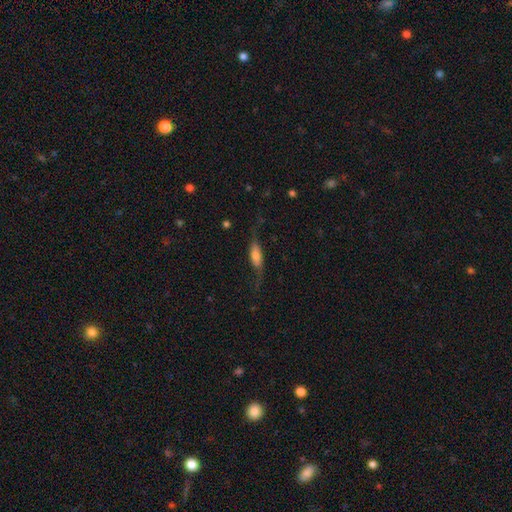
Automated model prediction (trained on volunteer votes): A featured or disk galaxy (49%).

Vote fractions:
- Smooth or featured? featured or disk: 49% / smooth: 43% / star or artifact: 8%
- Merging? none: 55% / minor disturbance: 23% / major disturbance: 19% / merger: 2%